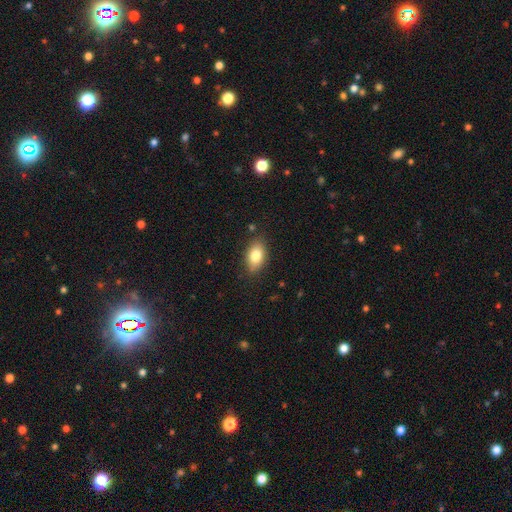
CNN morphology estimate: Smooth or featured?
  - smooth: 80% *
  - featured or disk: 12%
  - star or artifact: 8%
How rounded?
  - in between: 87% *
  - round: 11%
  - cigar-shaped: 2%
Merging?
  - none: 83% *
  - minor disturbance: 13%
  - major disturbance: 3%
  - merger: 1%